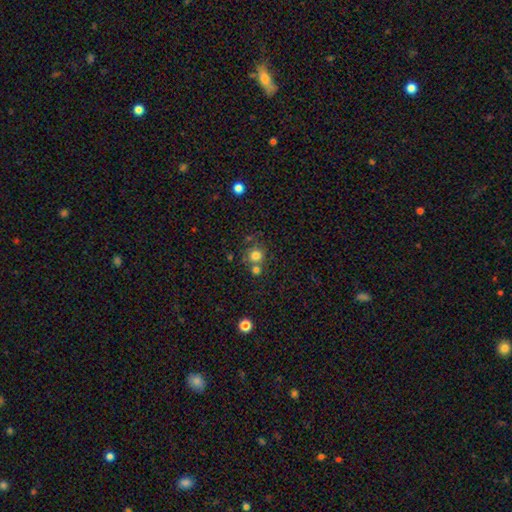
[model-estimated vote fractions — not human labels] Q: Smooth or featured?
A: smooth (77%); runner-up: star or artifact (13%)
Q: How rounded?
A: round (90%); runner-up: in between (9%)
Q: Merging?
A: none (60%); runner-up: merger (26%)